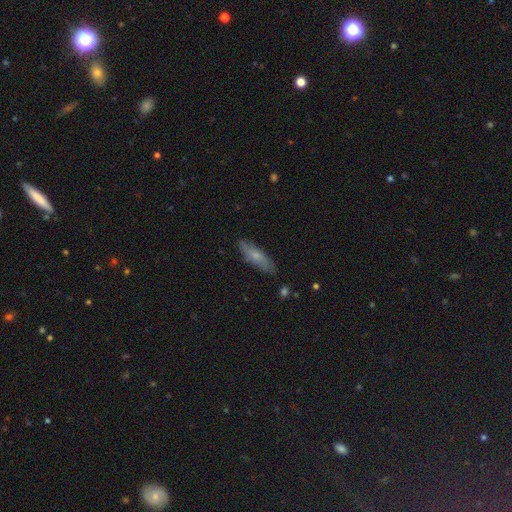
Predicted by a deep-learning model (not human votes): Q: Smooth or featured?
A: smooth (65%); runner-up: featured or disk (29%)
Q: How rounded?
A: cigar-shaped (60%); runner-up: in between (38%)
Q: Merging?
A: none (81%); runner-up: minor disturbance (15%)